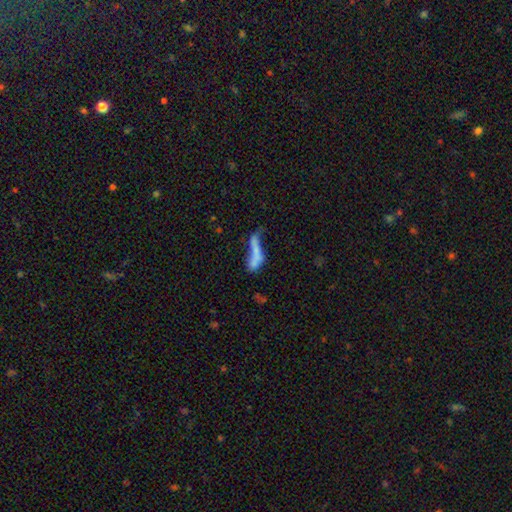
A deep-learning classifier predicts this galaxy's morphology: Smooth or featured? smooth (57%)
How rounded? cigar-shaped (60%)
Merging? merger (32%)